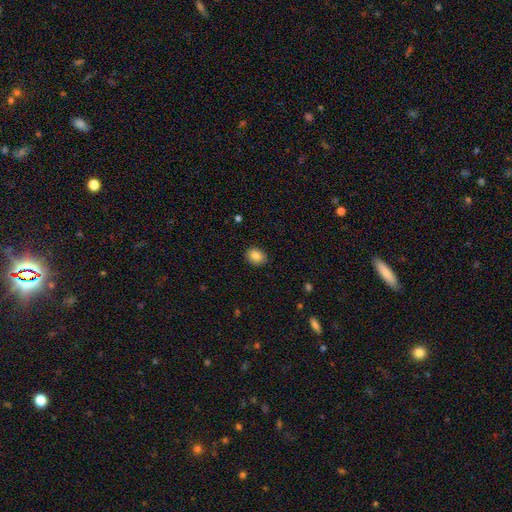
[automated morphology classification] Smooth or featured? Predicted: smooth (p=0.85). How rounded? Predicted: in between (p=0.60). Merging? Predicted: none (p=0.87).